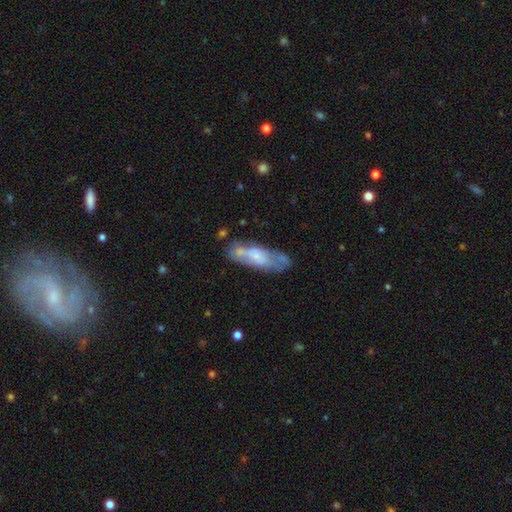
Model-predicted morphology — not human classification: Overall: smooth (47%; featured or disk 46%). Merging: none (52%; minor disturbance 25%).